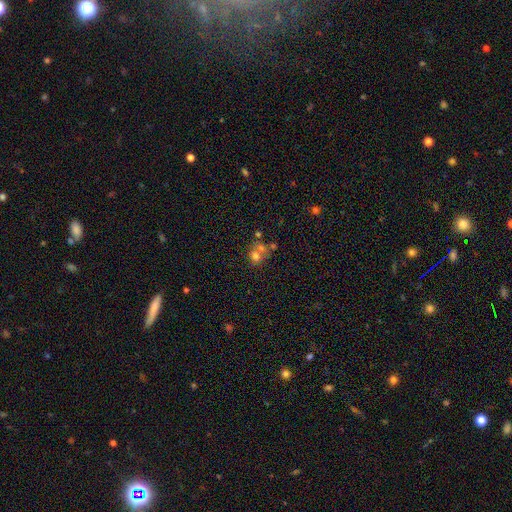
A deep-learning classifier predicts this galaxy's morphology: This is likely a smooth galaxy (64%). How rounded: likely round (70%). Merging: possibly merger (53%).